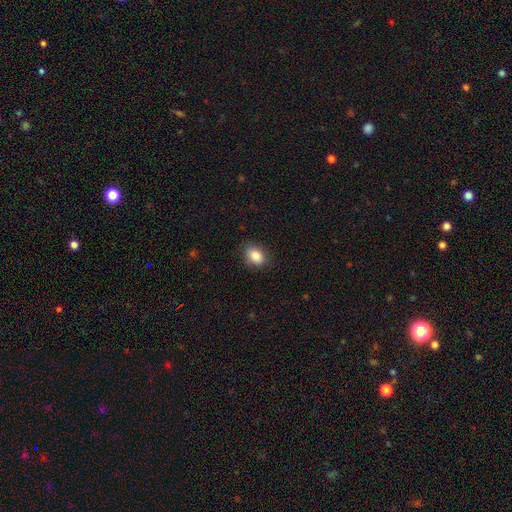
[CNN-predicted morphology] Smooth or featured: smooth — 84% (star or artifact — 9%)
How rounded: in between — 73% (round — 26%)
Merging: none — 78% (minor disturbance — 17%)